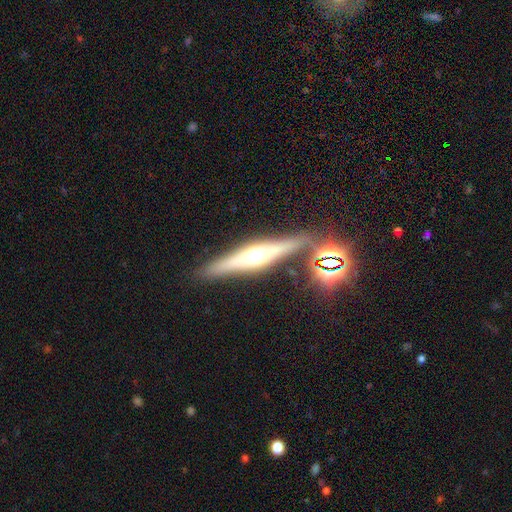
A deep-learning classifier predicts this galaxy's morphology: Smooth or featured?
  - featured or disk: 64% *
  - smooth: 26%
  - star or artifact: 10%
Edge-on disk?
  - yes: 94% *
  - no: 6%
Edge-on bulge?
  - rounded: 90% *
  - boxy: 6%
  - none: 3%
Merging?
  - none: 78% *
  - minor disturbance: 10%
  - merger: 9%
  - major disturbance: 3%